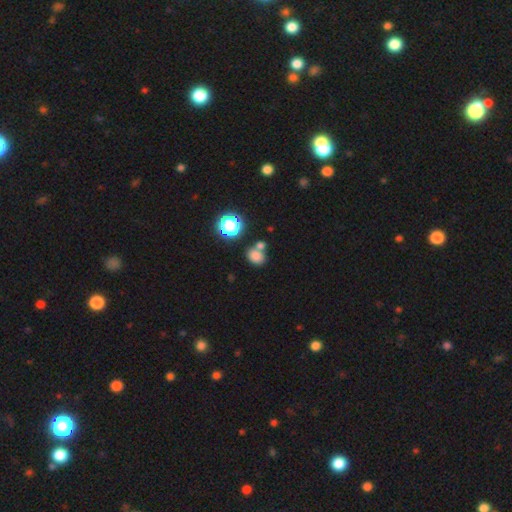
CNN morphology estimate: smooth-or-featured: smooth: 77% | star or artifact: 16% | featured or disk: 7%
  how-rounded: round: 54% | in between: 45% | cigar-shaped: 1%
  merging: none: 55% | merger: 30% | minor disturbance: 11% | major disturbance: 4%